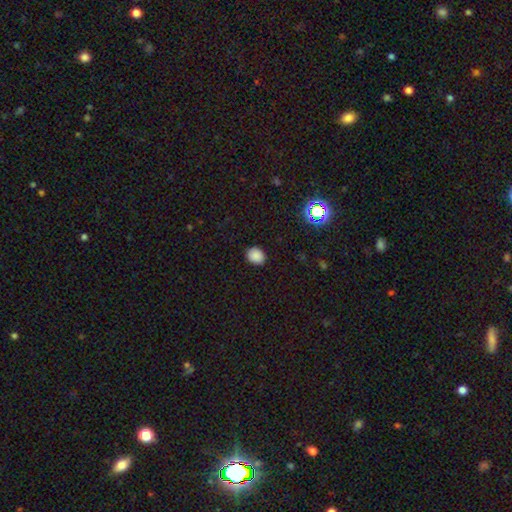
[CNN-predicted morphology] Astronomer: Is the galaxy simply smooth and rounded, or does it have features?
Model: smooth — 86%.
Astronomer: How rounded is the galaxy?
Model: round — 56% (runner-up: in between, 43%).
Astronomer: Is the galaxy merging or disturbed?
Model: none — 89%.